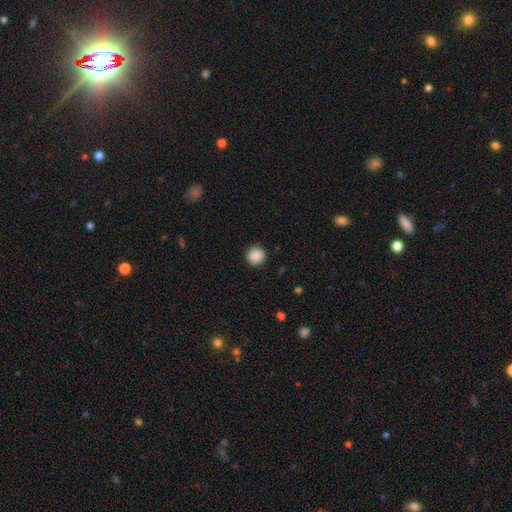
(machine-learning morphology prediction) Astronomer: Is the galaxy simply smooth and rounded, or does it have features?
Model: smooth — 88%.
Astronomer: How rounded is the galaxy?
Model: round — 93%.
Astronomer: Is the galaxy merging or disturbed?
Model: none — 90%.